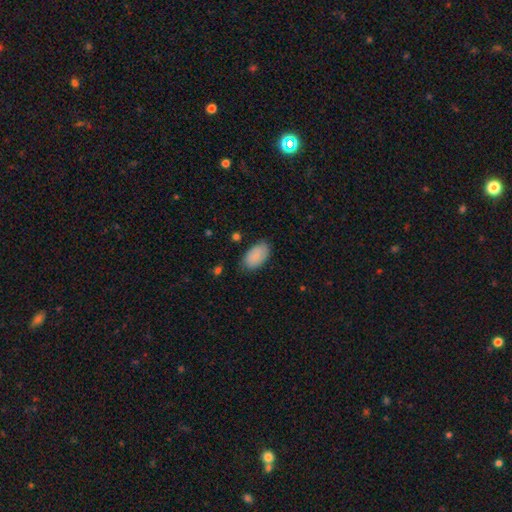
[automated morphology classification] smooth 77%, featured or disk 17%, star or artifact 7%. Down the decision tree: how rounded — in between (94%); merging — none (78%).